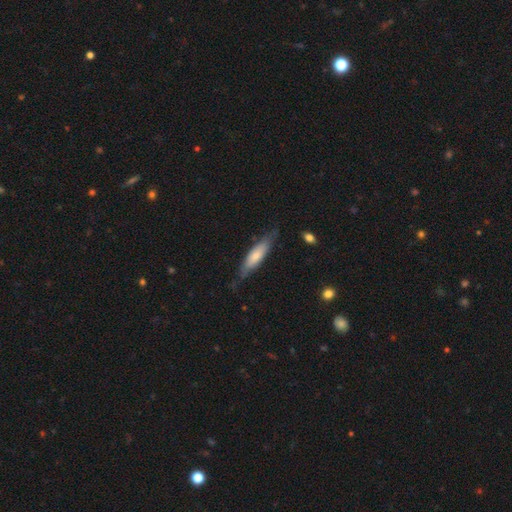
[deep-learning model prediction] A smooth galaxy with no disk features (65%) that is cigar-shaped (63%). Merging: none (69%).